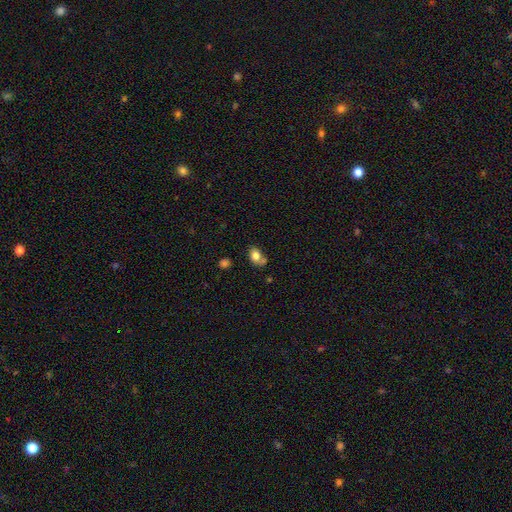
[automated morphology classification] The model was most divided on "merging": none: 50%, minor disturbance: 23%, merger: 18%, major disturbance: 8%. More confident: smooth or featured — smooth (78%); how rounded — in between (68%).